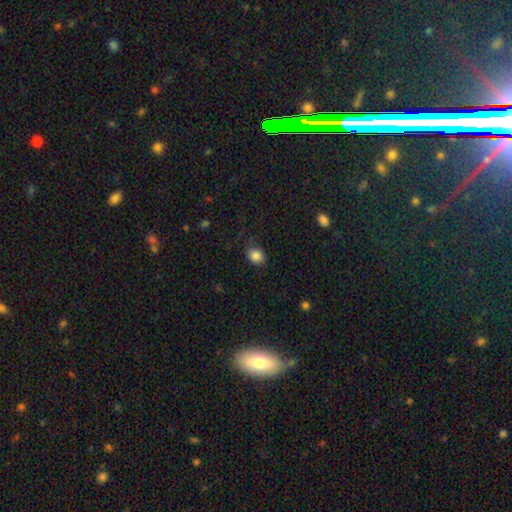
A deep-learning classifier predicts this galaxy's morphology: This appears to be a smooth galaxy with no disk features (85%) that is round (53%). Merging: none (69%).